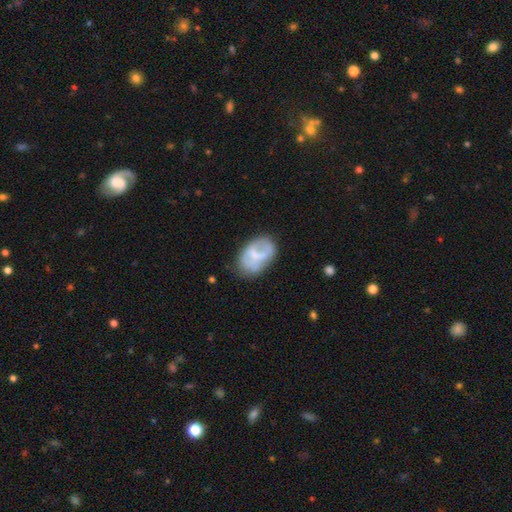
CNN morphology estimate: A smooth galaxy with no disk features (48%). Merging: none (54%).